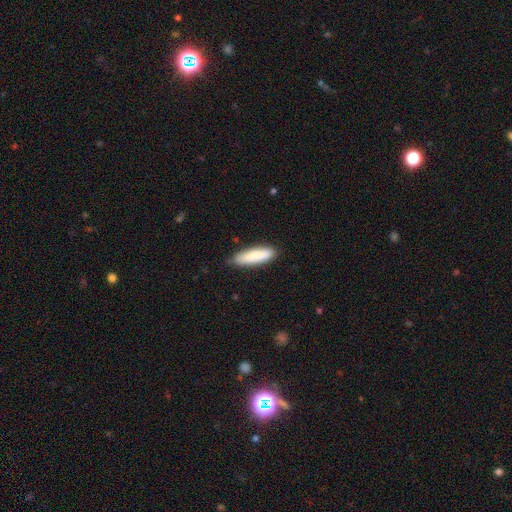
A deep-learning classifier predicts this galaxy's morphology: type=smooth (86%); roundness=cigar-shaped (58%); merging=none (81%).